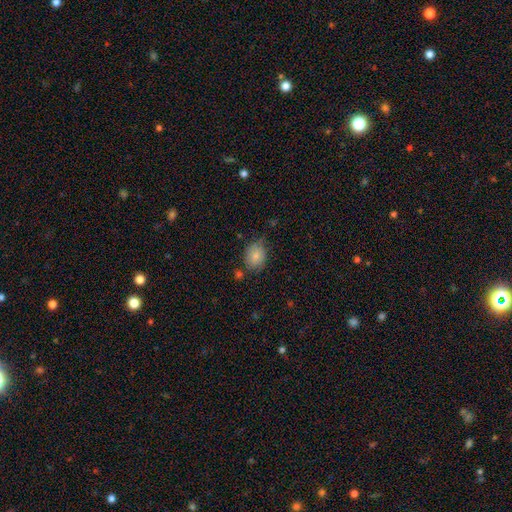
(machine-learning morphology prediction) Smooth or featured? smooth (83%)
How rounded? in between (52%)
Merging? none (68%)